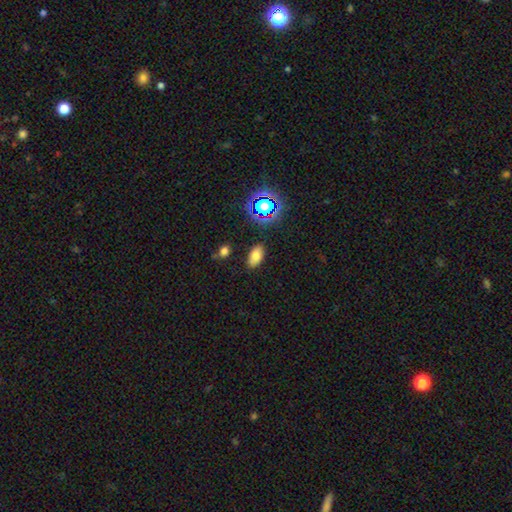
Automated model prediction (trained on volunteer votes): smooth 74%, star or artifact 15%, featured or disk 10%. Down the decision tree: how rounded — in between (91%); merging — none (85%).